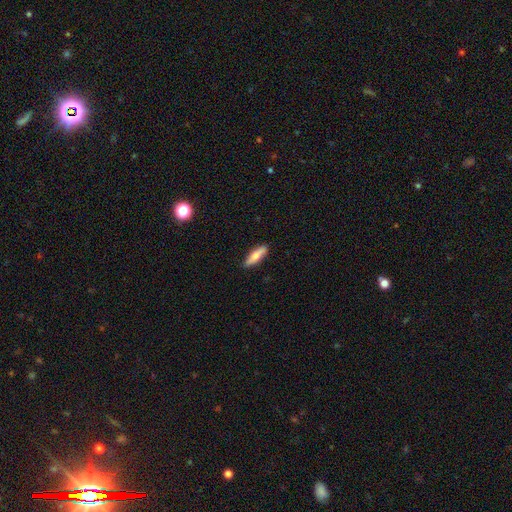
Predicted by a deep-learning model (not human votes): smooth 69%, featured or disk 25%, star or artifact 6%. Down the decision tree: how rounded — cigar-shaped (65%); merging — none (87%).